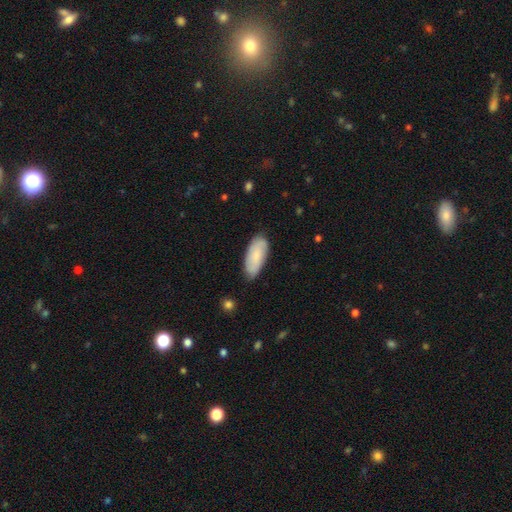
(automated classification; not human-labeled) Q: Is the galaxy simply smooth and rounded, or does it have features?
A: smooth — 74%.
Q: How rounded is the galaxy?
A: in between — 86%.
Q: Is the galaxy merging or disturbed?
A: none — 81%.